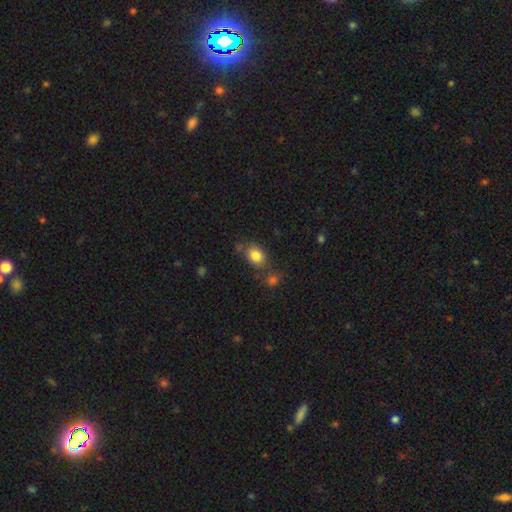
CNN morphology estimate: Overall: smooth (82%). How rounded: in between (59%; round 40%). Merging: none (66%).